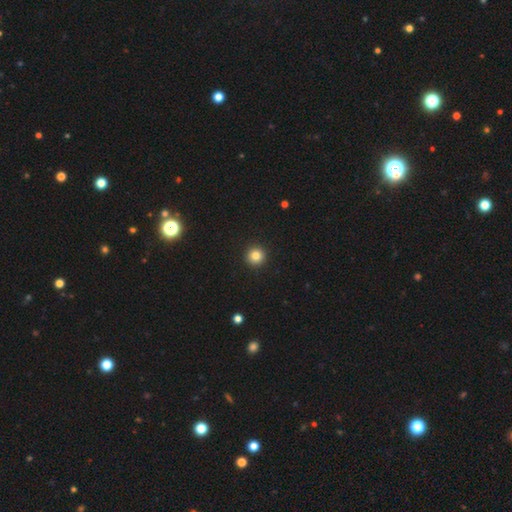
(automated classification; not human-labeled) smooth 83%, star or artifact 11%, featured or disk 6%. Down the decision tree: how rounded — round (96%); merging — none (93%).